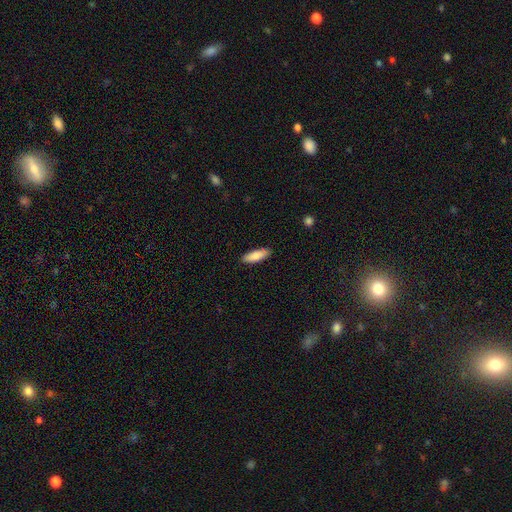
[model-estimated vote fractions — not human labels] This appears to be a smooth galaxy with no disk features (85%) that is in between round and cigar-shaped (53%). Merging: none (87%).